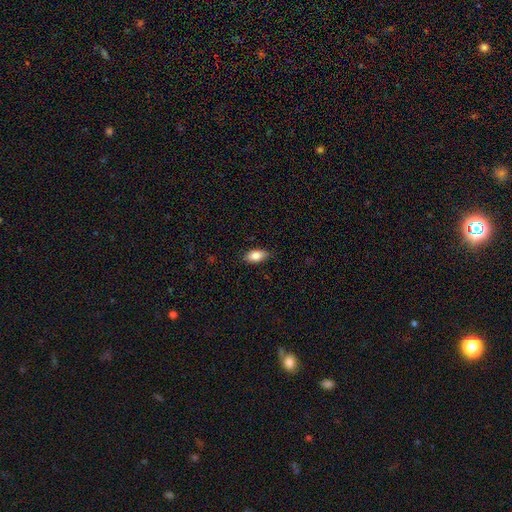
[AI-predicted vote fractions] Q: Smooth or featured?
A: smooth (84%); runner-up: featured or disk (8%)
Q: How rounded?
A: in between (91%); runner-up: round (5%)
Q: Merging?
A: none (85%); runner-up: minor disturbance (12%)